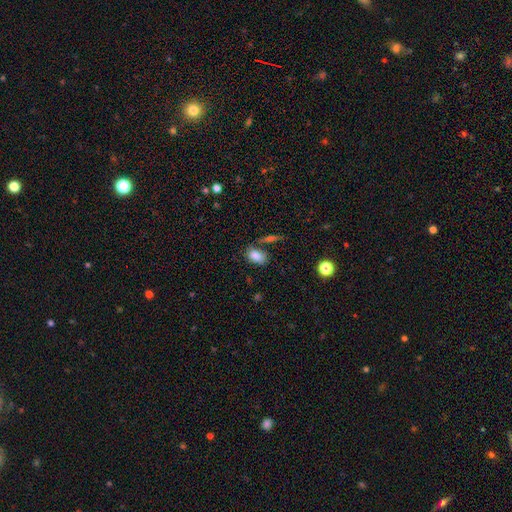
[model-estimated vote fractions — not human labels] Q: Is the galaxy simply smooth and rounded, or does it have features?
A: smooth — 82%.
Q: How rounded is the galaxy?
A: in between — 84%.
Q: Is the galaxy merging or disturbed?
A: none — 64%.